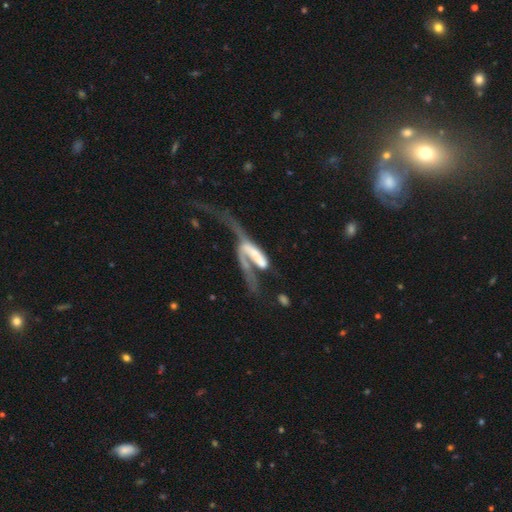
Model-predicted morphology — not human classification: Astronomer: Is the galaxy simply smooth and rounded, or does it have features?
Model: featured or disk — 60%.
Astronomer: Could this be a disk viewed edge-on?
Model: no — 82%.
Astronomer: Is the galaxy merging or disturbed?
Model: major disturbance — 48% (runner-up: merger, 32%).